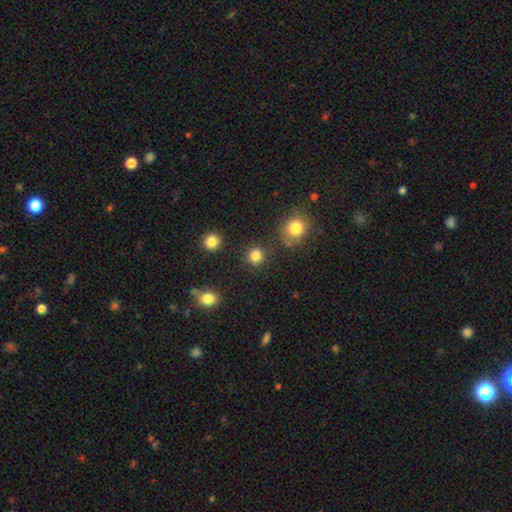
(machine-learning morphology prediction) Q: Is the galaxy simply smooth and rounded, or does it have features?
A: smooth — 84%.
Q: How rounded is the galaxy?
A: round — 92%.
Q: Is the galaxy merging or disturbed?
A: none — 87%.